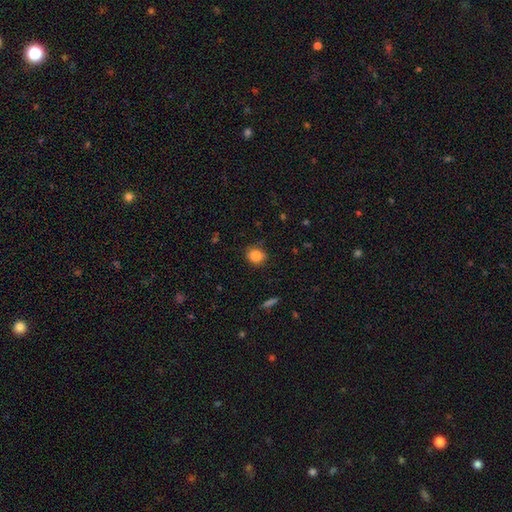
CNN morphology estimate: A smooth galaxy with no disk features (85%) that is round (73%). Merging: none (81%).